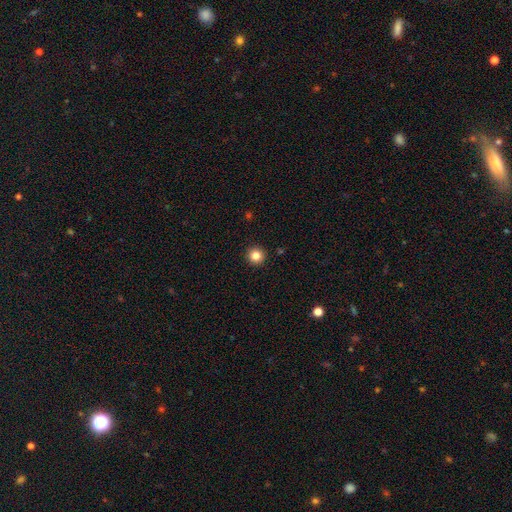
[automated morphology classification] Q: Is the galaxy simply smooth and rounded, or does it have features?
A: smooth — 84%.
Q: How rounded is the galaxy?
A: round — 96%.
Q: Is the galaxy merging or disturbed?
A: none — 93%.